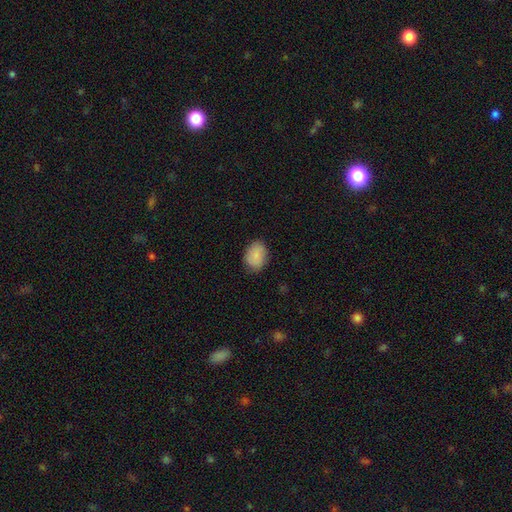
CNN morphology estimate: This is clearly a smooth galaxy (87%). How rounded: likely in between (72%). Merging: clearly none (82%).